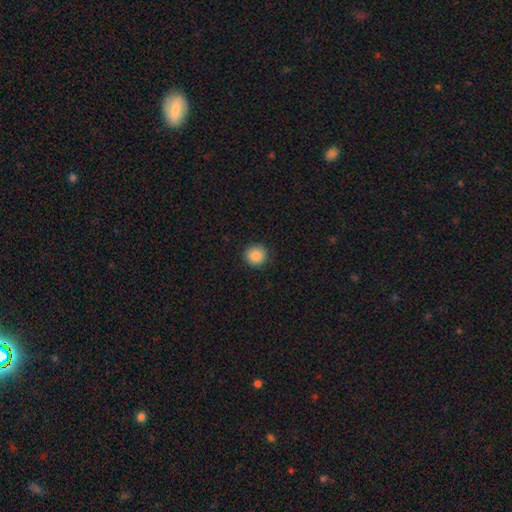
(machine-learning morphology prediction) Q: Smooth or featured?
A: smooth (87%); runner-up: star or artifact (9%)
Q: How rounded?
A: round (94%); runner-up: in between (5%)
Q: Merging?
A: none (91%); runner-up: minor disturbance (6%)